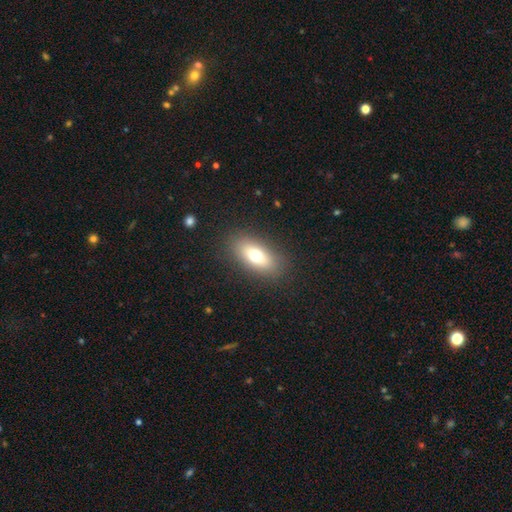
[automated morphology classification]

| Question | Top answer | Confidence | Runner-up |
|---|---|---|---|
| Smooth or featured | smooth | 71% | featured or disk (19%) |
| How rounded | in between | 83% | cigar-shaped (9%) |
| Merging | none | 86% | minor disturbance (9%) |